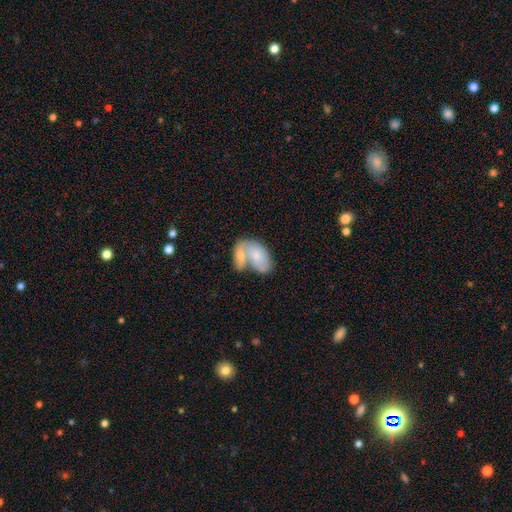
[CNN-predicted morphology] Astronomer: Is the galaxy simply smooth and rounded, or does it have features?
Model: smooth — 64%.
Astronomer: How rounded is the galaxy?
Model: in between — 91%.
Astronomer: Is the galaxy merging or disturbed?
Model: merger — 68%.